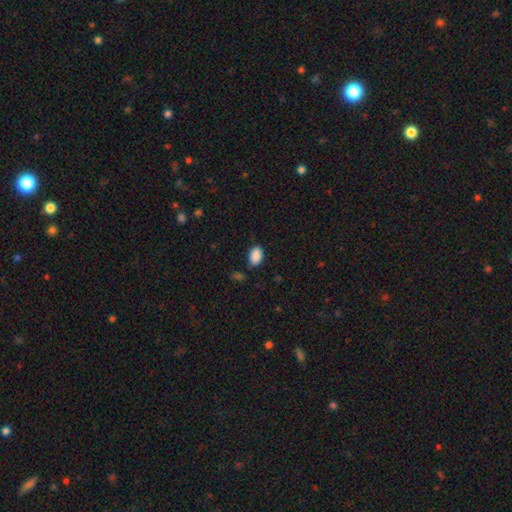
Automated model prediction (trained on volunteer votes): Overall: smooth (90%). How rounded: in between (91%). Merging: none (82%).